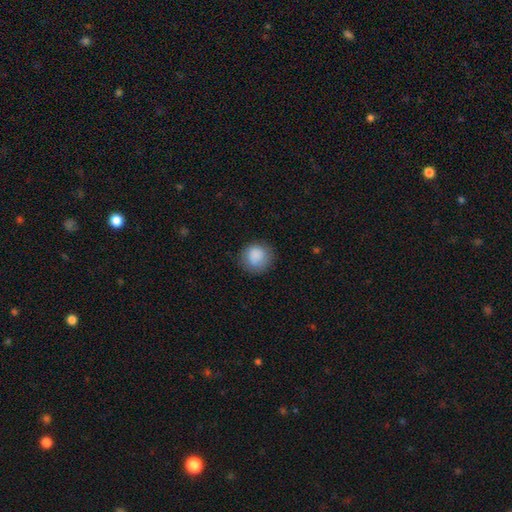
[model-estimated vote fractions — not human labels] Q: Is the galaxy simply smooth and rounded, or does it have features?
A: smooth — 87%.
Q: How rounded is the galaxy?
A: round — 89%.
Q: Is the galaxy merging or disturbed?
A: none — 80%.